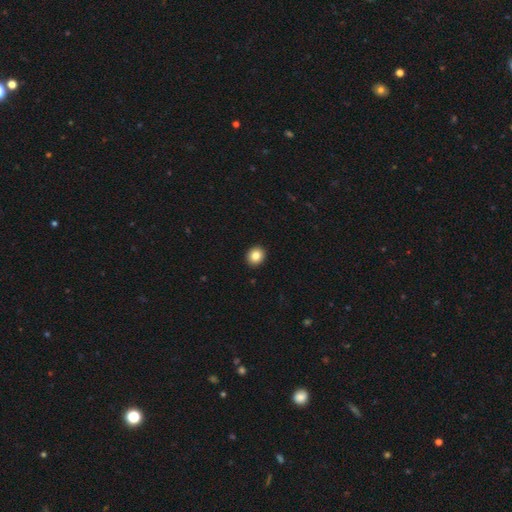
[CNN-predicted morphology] Q: Smooth or featured?
A: smooth (84%); runner-up: star or artifact (9%)
Q: How rounded?
A: round (78%); runner-up: in between (21%)
Q: Merging?
A: none (93%); runner-up: minor disturbance (5%)